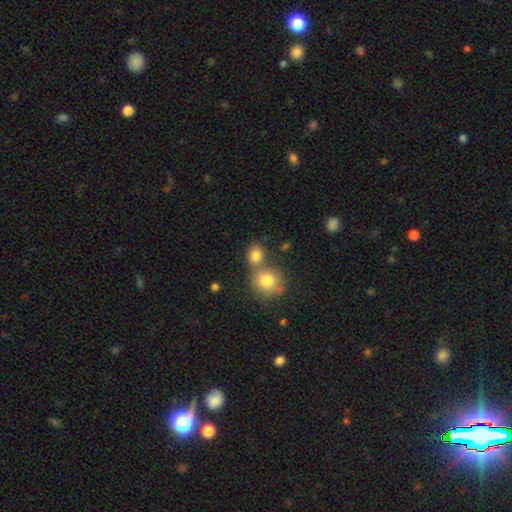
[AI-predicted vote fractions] Smooth or featured? smooth (81%)
How rounded? round (67%)
Merging? none (49%)